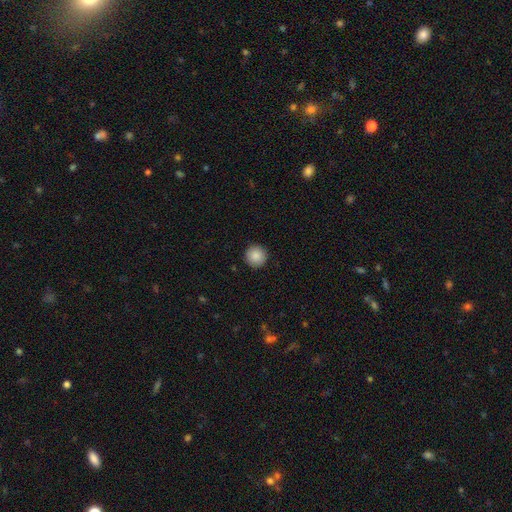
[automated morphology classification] A smooth galaxy with no disk features (88%) that is round (96%).

Vote fractions:
- Smooth or featured? smooth: 88% / star or artifact: 8% / featured or disk: 4%
- How rounded? round: 96% / in between: 3% / cigar-shaped: 1%
- Merging? none: 92% / minor disturbance: 5% / major disturbance: 2% / merger: 1%